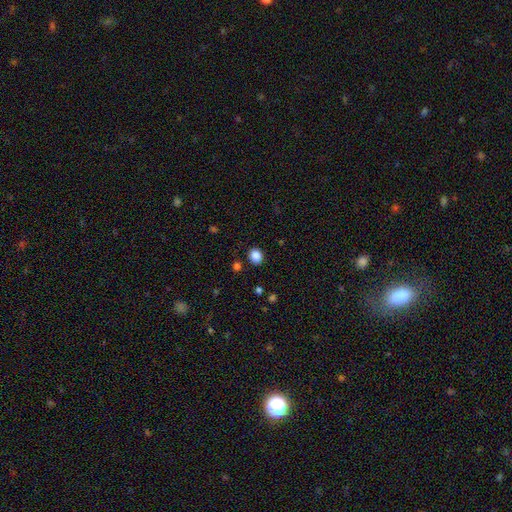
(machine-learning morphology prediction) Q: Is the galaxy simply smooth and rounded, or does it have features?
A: smooth — 86%.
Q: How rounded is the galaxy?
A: round — 72%.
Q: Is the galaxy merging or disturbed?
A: none — 88%.